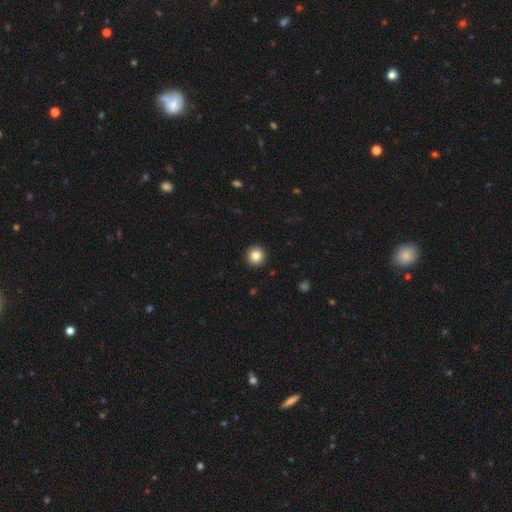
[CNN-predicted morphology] Overall: smooth (84%). How rounded: round (96%). Merging: none (93%).